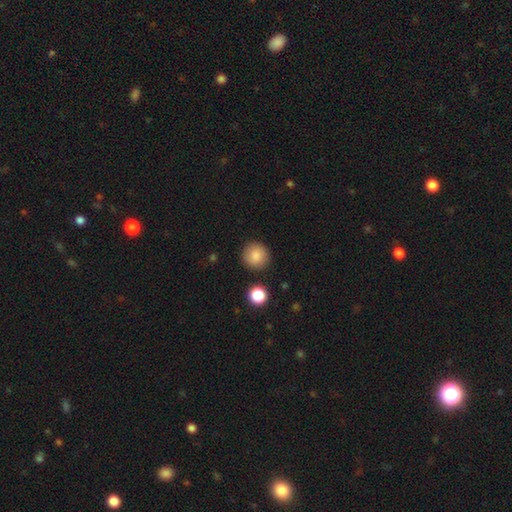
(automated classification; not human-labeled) This is clearly a smooth galaxy (86%). How rounded: clearly round (94%). Merging: clearly none (90%).